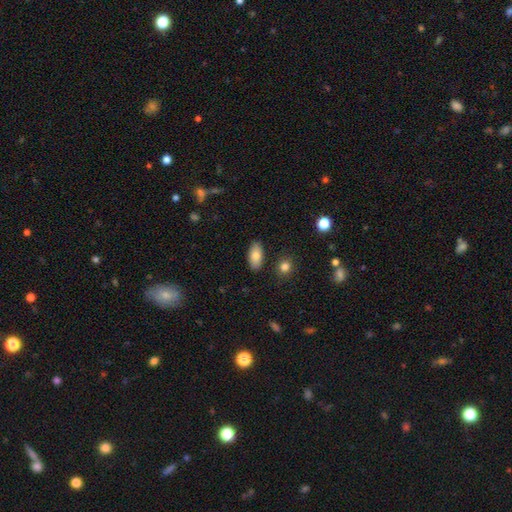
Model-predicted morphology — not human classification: Smooth or featured? smooth (83%)
How rounded? in between (90%)
Merging? none (86%)